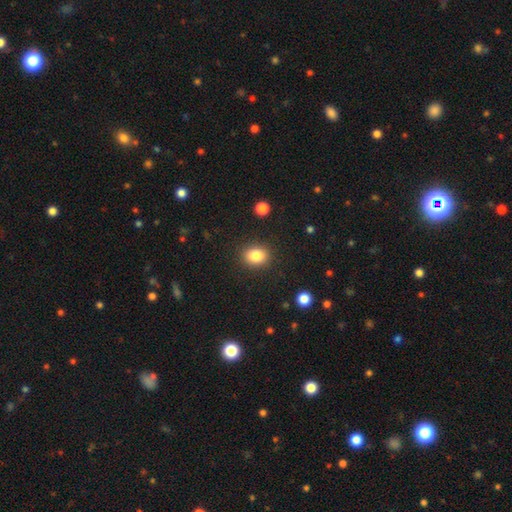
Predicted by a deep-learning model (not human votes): This appears to be a smooth galaxy with no disk features (84%) that is round (52%). Merging: none (88%).